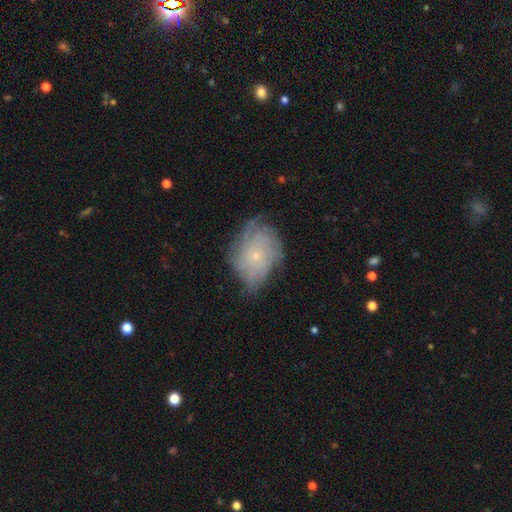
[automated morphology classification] type=featured or disk (63%); edge-on=no (96%); bar=no (86%); spiral arms=yes (82%); winding=tight (60%); arm count=can't tell (48%); bulge=small (85%); merging=none (61%).